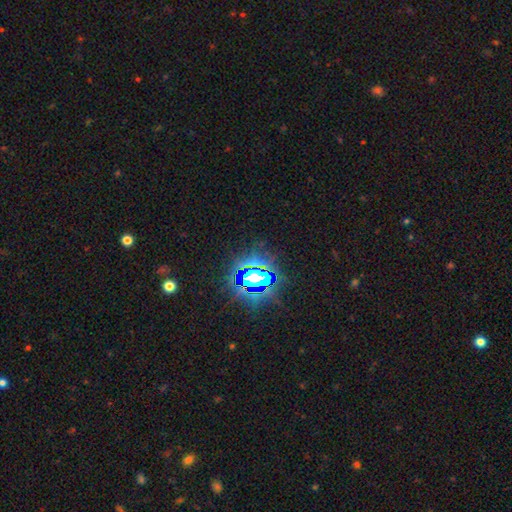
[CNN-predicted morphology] This is clearly a star or artifact rather than a galaxy (82%).